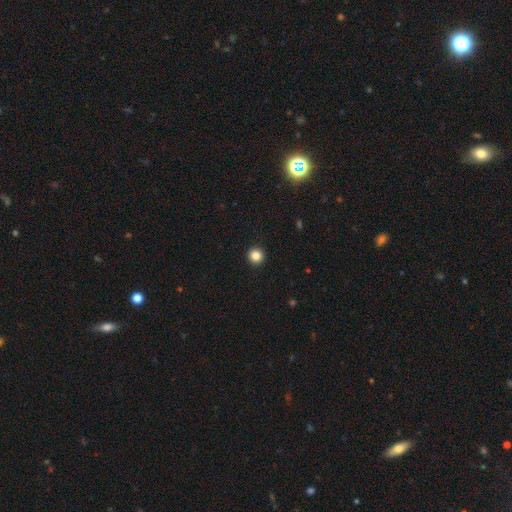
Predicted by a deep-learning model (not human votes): The model was most divided on "smooth or featured": smooth: 85%, star or artifact: 11%, featured or disk: 4%. More confident: how rounded — round (95%); merging — none (94%).